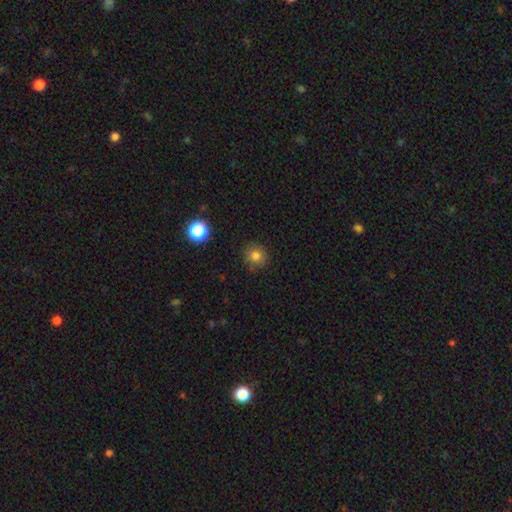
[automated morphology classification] smooth 80%, star or artifact 14%, featured or disk 6%. Down the decision tree: how rounded — round (88%); merging — none (87%).